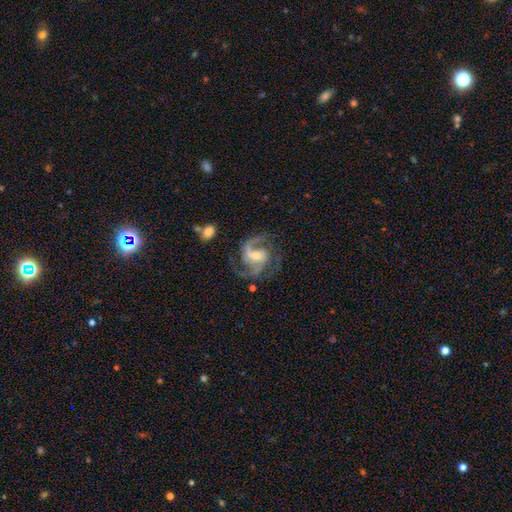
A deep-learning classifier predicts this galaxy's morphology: The model was most divided on "bulge size": small: 53%, moderate: 41%, large: 3%, none: 2%, dominant: 1%. Remaining: edge-on disk — no (98%); spiral arms — yes (98%); smooth or featured — featured or disk (91%); merging — none (68%); spiral arm count — 2 (60%); spiral winding — medium (60%); bar — weak (47%).